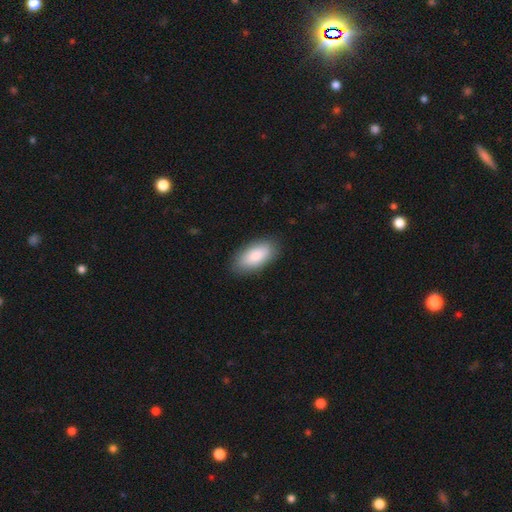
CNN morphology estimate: Smooth or featured? Predicted: smooth (p=0.86). How rounded? Predicted: in between (p=0.91). Merging? Predicted: none (p=0.87).